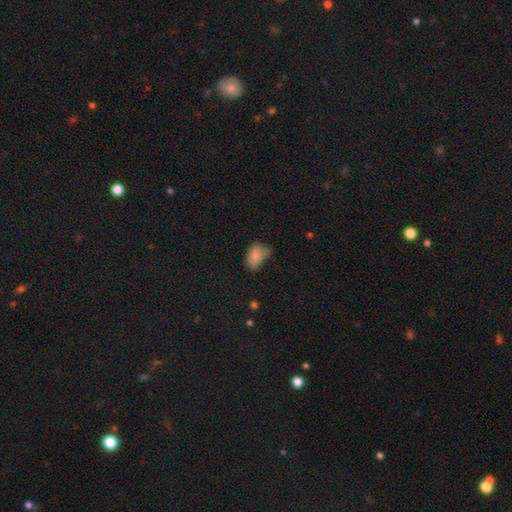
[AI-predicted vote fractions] Overall: smooth (81%). How rounded: in between (83%). Merging: minor disturbance (42%; none 39%).